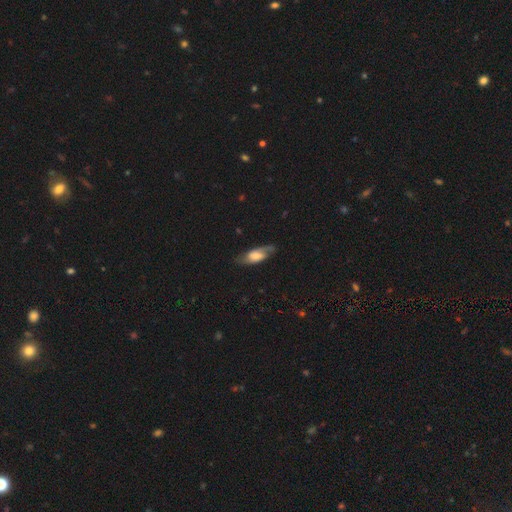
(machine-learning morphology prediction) Q: Smooth or featured?
A: featured or disk (54%); runner-up: smooth (39%)
Q: Edge-on disk?
A: no (78%); runner-up: yes (22%)
Q: Merging?
A: none (70%); runner-up: minor disturbance (20%)